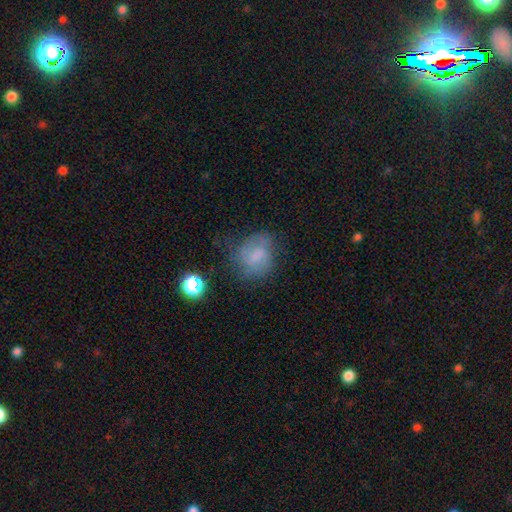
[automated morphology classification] A smooth galaxy with no disk features (57%) that is round (60%).

Vote fractions:
- Smooth or featured? smooth: 57% / featured or disk: 29% / star or artifact: 13%
- How rounded? round: 60% / in between: 38% / cigar-shaped: 1%
- Merging? none: 54% / minor disturbance: 26% / major disturbance: 17% / merger: 4%